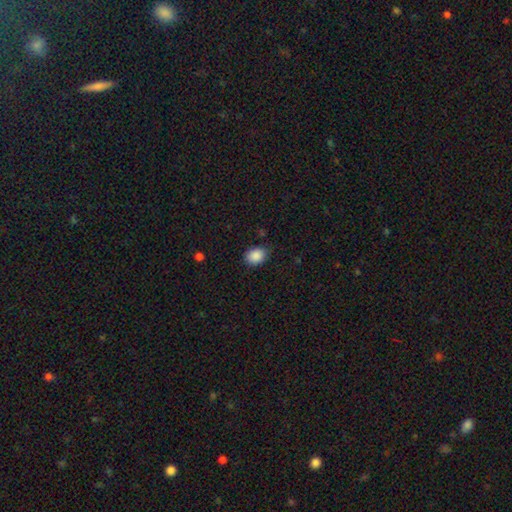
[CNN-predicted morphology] type=smooth (89%); roundness=in between (67%); merging=none (80%).